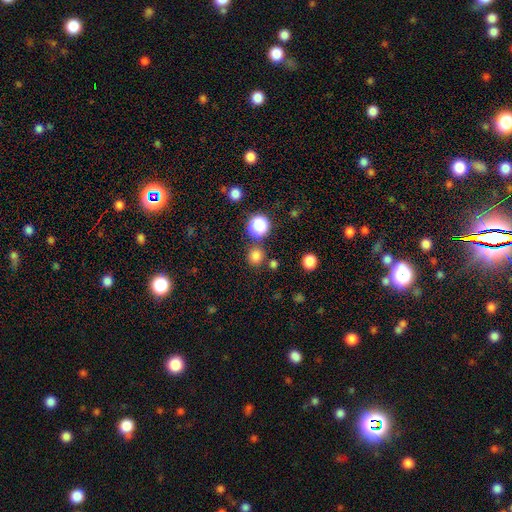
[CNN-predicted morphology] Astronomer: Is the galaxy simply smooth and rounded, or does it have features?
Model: smooth — 78%.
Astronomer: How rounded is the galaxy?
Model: round — 91%.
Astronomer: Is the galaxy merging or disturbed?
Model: none — 82%.